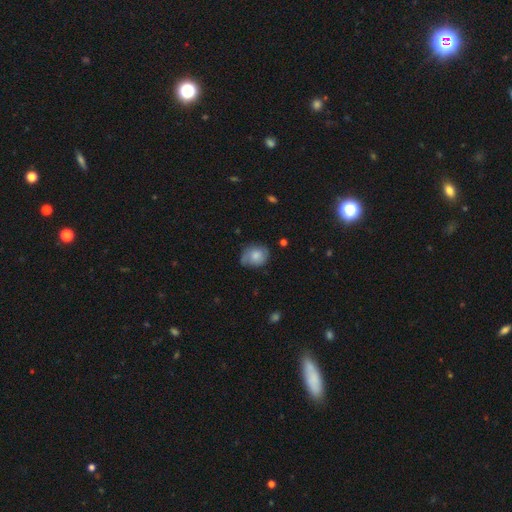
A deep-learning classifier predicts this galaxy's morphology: Smooth or featured? smooth (67%)
How rounded? round (57%)
Merging? none (58%)